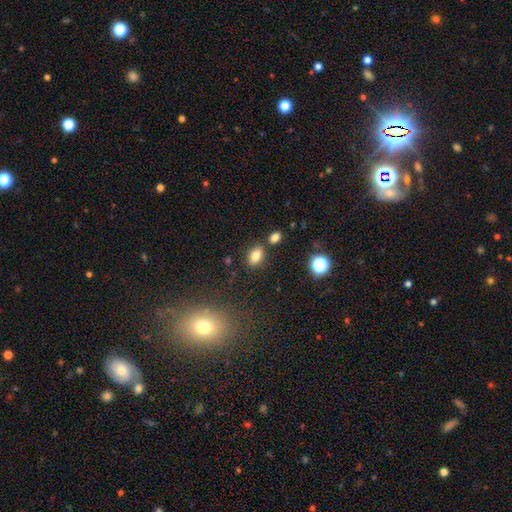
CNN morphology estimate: Smooth or featured?
  - smooth: 81% *
  - star or artifact: 11%
  - featured or disk: 8%
How rounded?
  - in between: 80% *
  - round: 18%
  - cigar-shaped: 2%
Merging?
  - none: 75% *
  - minor disturbance: 11%
  - merger: 11%
  - major disturbance: 3%